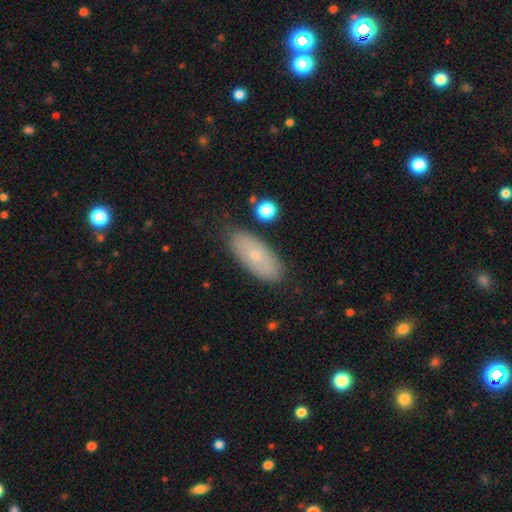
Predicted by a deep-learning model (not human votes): Morphology: type=smooth (66%); roundness=in between (84%); merging=none (82%).